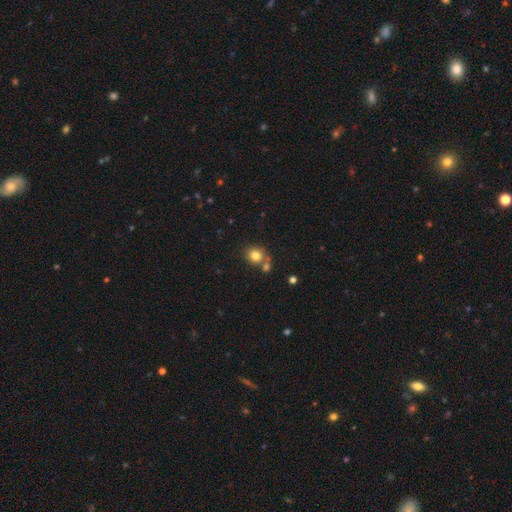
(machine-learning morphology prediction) type=smooth (81%); roundness=round (80%); merging=none (59%).